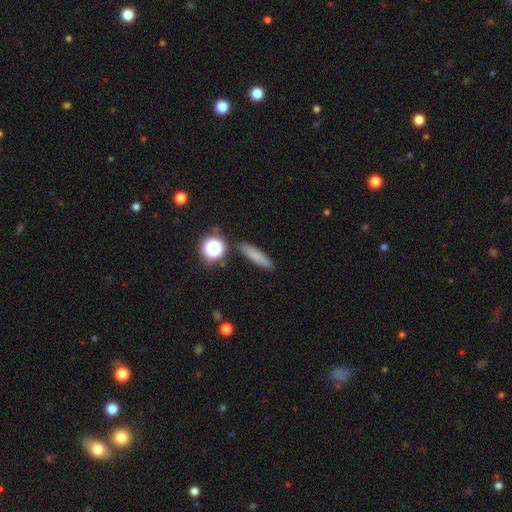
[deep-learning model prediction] This appears to be a smooth galaxy with no disk features (76%) that is cigar-shaped (70%). Merging: none (86%).